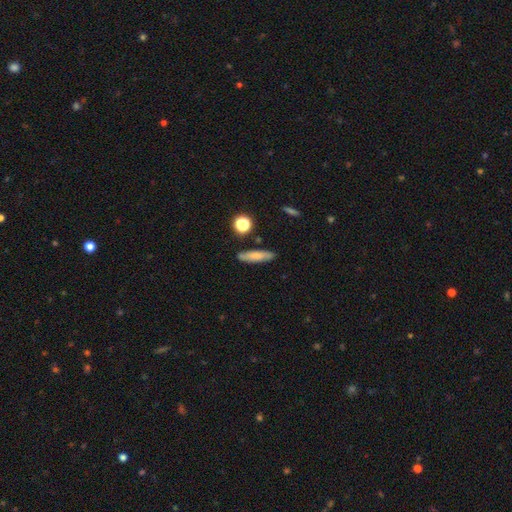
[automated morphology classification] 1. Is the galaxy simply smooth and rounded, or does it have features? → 67% smooth, 23% featured or disk, 10% star or artifact.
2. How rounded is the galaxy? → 70% cigar-shaped, 25% in between, 5% round.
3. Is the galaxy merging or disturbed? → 82% none, 12% minor disturbance, 3% merger, 3% major disturbance.